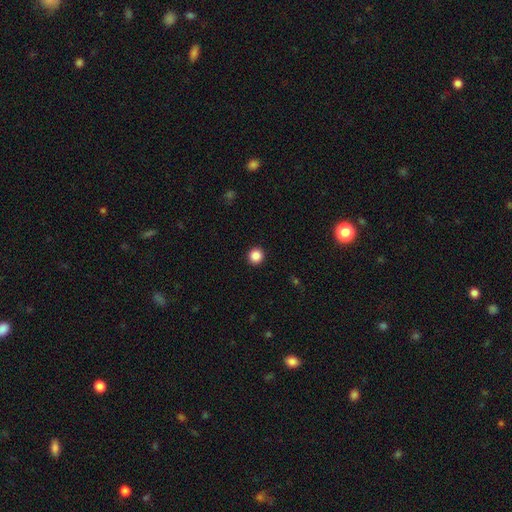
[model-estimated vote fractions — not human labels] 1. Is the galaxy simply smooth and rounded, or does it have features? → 87% smooth, 10% star or artifact, 3% featured or disk.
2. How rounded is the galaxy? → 95% round, 4% in between, 1% cigar-shaped.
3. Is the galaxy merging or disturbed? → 93% none, 4% minor disturbance, 2% major disturbance, 1% merger.